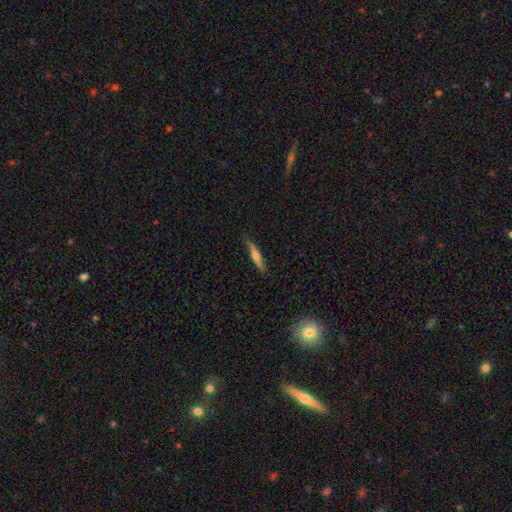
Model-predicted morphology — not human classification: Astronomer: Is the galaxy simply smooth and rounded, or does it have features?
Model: smooth — 53% (runner-up: featured or disk, 41%).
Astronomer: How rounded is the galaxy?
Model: cigar-shaped — 90%.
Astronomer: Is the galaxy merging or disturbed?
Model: none — 84%.